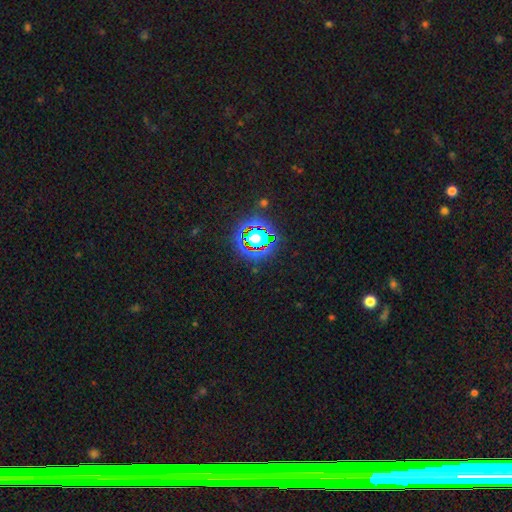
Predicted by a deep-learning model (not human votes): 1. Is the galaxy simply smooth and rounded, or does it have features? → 82% star or artifact, 10% smooth, 8% featured or disk.